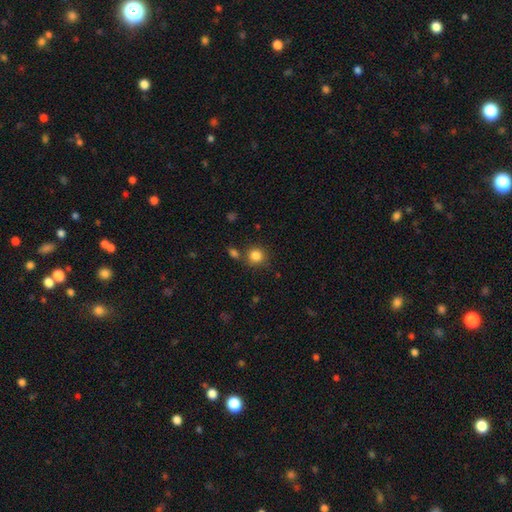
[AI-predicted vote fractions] Smooth or featured: smooth — 84% (star or artifact — 11%)
How rounded: round — 89% (in between — 10%)
Merging: none — 76% (merger — 10%)